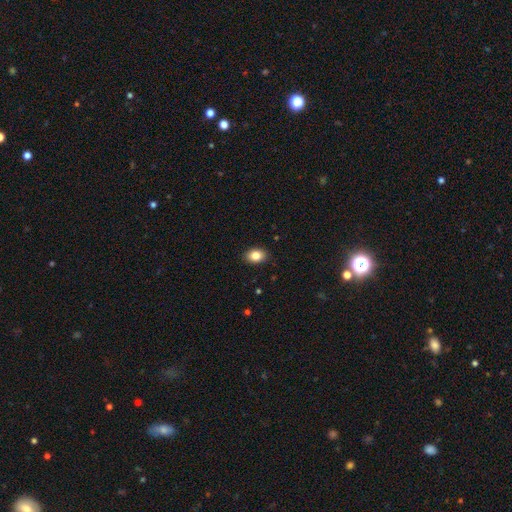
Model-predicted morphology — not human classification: Smooth or featured? smooth (85%)
How rounded? in between (74%)
Merging? none (89%)